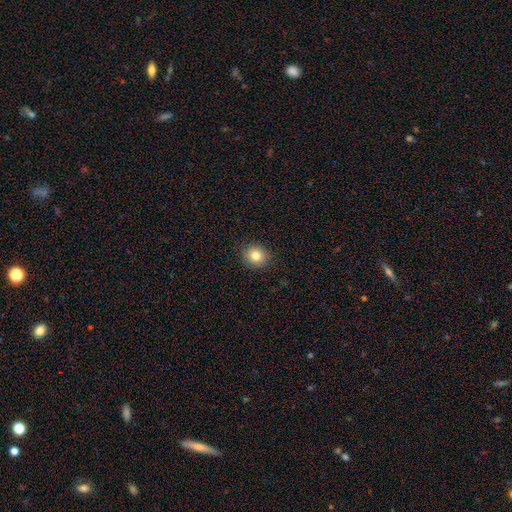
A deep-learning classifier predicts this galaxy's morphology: A smooth galaxy with no disk features (81%) that is round (85%).

Vote fractions:
- Smooth or featured? smooth: 81% / star or artifact: 11% / featured or disk: 8%
- How rounded? round: 85% / in between: 14% / cigar-shaped: 1%
- Merging? none: 90% / minor disturbance: 7% / major disturbance: 2% / merger: 1%